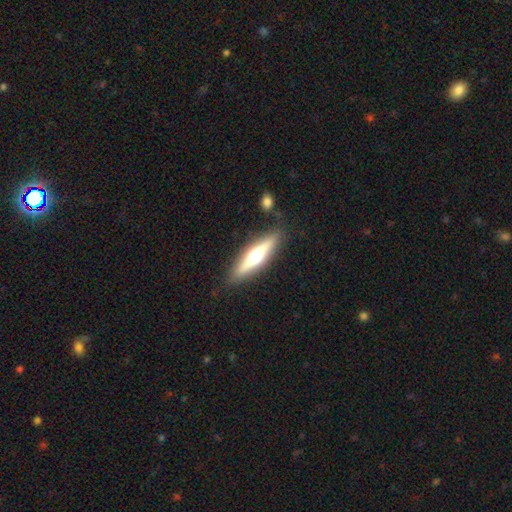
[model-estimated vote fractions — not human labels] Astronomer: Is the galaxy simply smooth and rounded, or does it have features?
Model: featured or disk — 63%.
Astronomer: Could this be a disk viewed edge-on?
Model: yes — 95%.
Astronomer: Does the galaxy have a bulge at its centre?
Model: rounded — 93%.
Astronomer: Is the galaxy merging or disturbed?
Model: none — 87%.